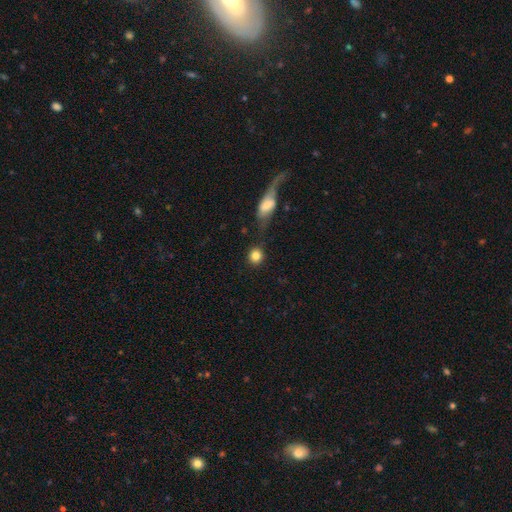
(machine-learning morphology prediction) smooth_or_featured: smooth (p=0.84) [alt: star or artifact p=0.09]
how_rounded: round (p=0.89) [alt: in between p=0.09]
merging: none (p=0.78) [alt: minor disturbance p=0.10]